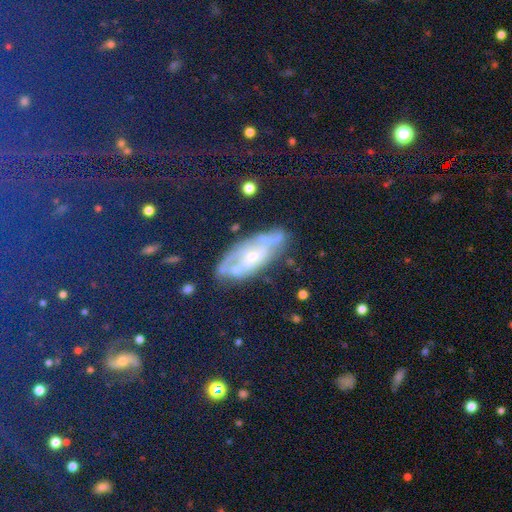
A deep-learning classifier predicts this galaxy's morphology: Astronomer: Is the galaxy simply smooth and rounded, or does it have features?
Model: star or artifact — 38% (runner-up: featured or disk, 34%).